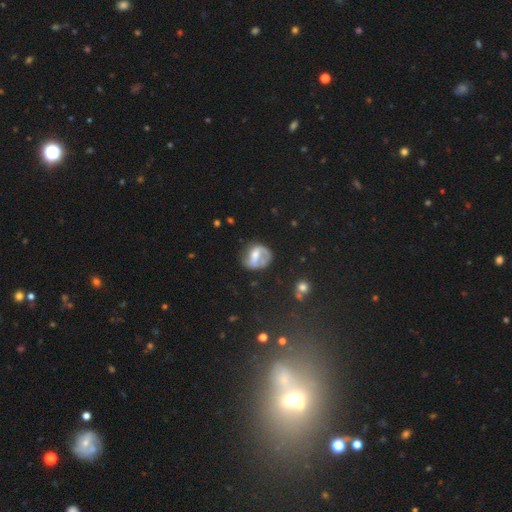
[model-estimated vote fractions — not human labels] A featured or disk galaxy (59%) with a weak bar (42%), spiral arms (71%) and a moderate central bulge (43%).

Vote fractions:
- Smooth or featured? featured or disk: 59% / smooth: 32% / star or artifact: 9%
- Edge-on disk? no: 97% / yes: 3%
- Bar? weak: 42% / no: 34% / strong: 23%
- Spiral arms? yes: 71% / no: 29%
- Bulge size? moderate: 43% / small: 30% / none: 16% / large: 9% / dominant: 2%
- Merging? none: 51% / minor disturbance: 25% / major disturbance: 19% / merger: 4%